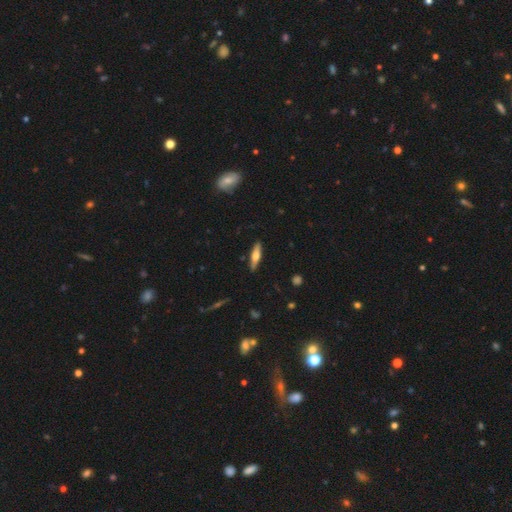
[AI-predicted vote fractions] A smooth galaxy with no disk features (48%). Merging: none (89%).